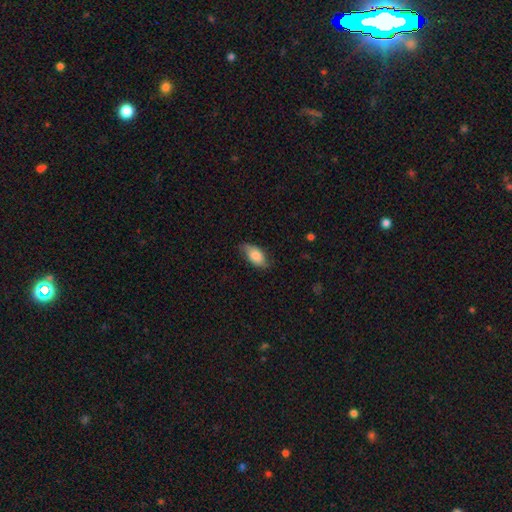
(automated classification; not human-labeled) Q: Smooth or featured?
A: smooth (77%); runner-up: featured or disk (16%)
Q: How rounded?
A: in between (89%); runner-up: cigar-shaped (7%)
Q: Merging?
A: none (71%); runner-up: minor disturbance (24%)